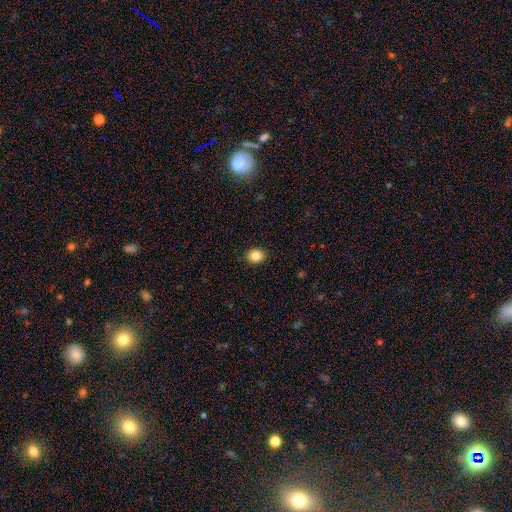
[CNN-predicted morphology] type=smooth (85%); roundness=round (63%); merging=none (91%).